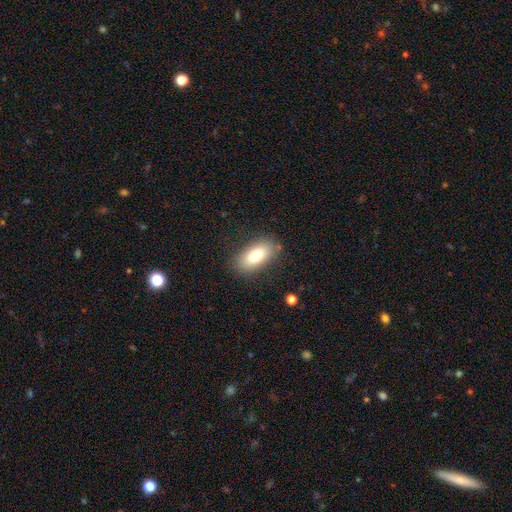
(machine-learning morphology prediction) Smooth or featured? Predicted: smooth (p=0.78). How rounded? Predicted: in between (p=0.90). Merging? Predicted: none (p=0.83).